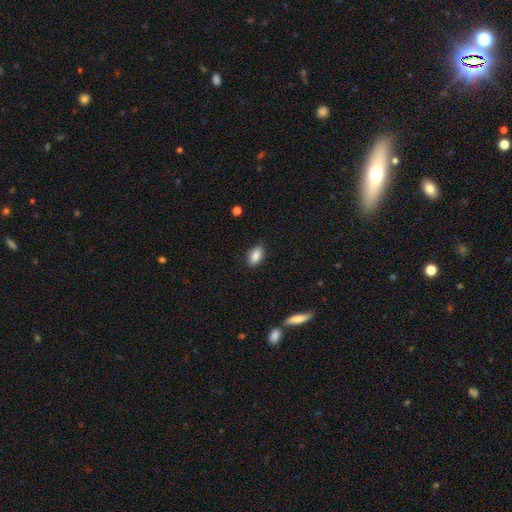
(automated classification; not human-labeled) A smooth galaxy with no disk features (87%) that is in between round and cigar-shaped (90%). Merging: none (85%).